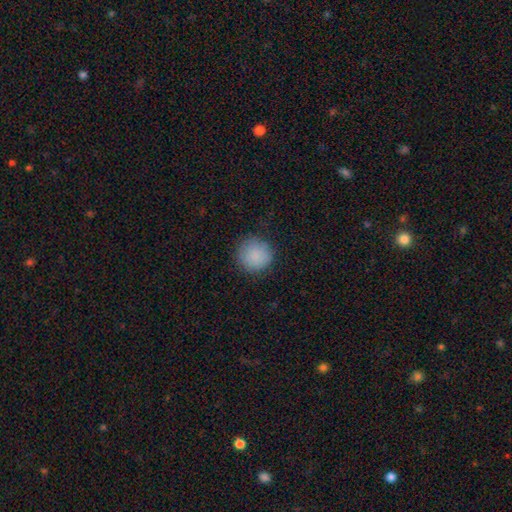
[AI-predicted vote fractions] Smooth or featured?
  - smooth: 87% *
  - star or artifact: 8%
  - featured or disk: 5%
How rounded?
  - round: 94% *
  - in between: 5%
  - cigar-shaped: 1%
Merging?
  - none: 84% *
  - minor disturbance: 11%
  - major disturbance: 3%
  - merger: 1%